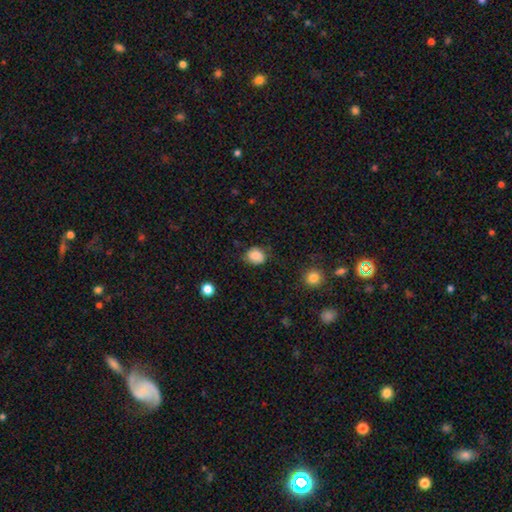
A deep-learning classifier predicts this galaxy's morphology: Smooth or featured?
  - smooth: 85% *
  - star or artifact: 9%
  - featured or disk: 5%
How rounded?
  - round: 58% *
  - in between: 41%
  - cigar-shaped: 1%
Merging?
  - none: 68% *
  - minor disturbance: 24%
  - major disturbance: 6%
  - merger: 2%